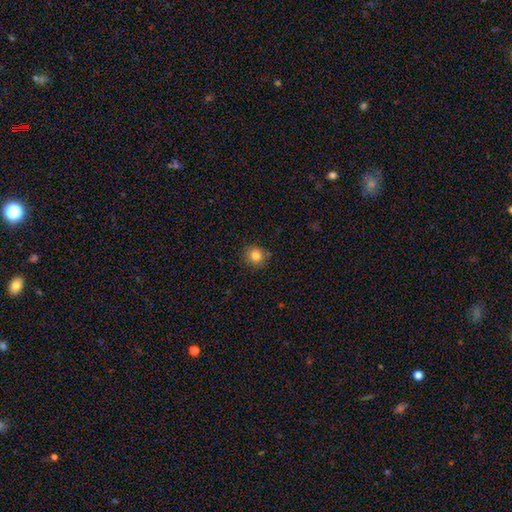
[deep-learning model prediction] smooth-or-featured: smooth: 82% | star or artifact: 11% | featured or disk: 6%
  how-rounded: round: 86% | in between: 13% | cigar-shaped: 1%
  merging: none: 87% | minor disturbance: 9% | major disturbance: 2% | merger: 2%